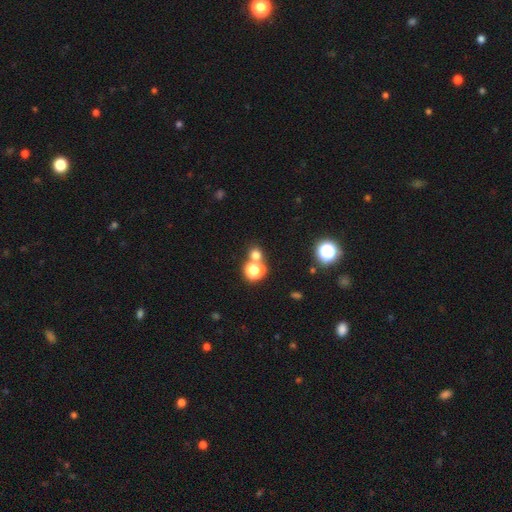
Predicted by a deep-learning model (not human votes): This appears to be a smooth galaxy with no disk features (66%) that is round (85%). Merging: none (61%).